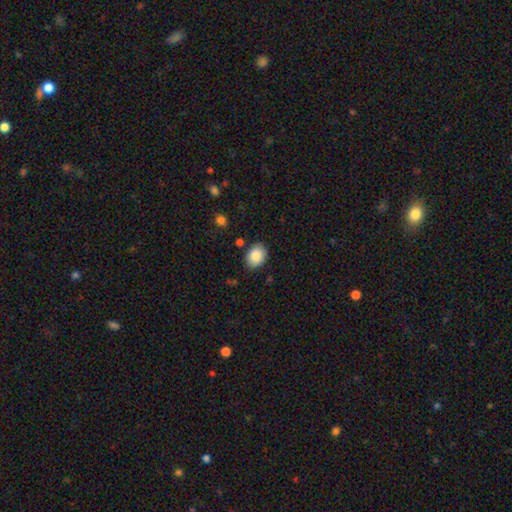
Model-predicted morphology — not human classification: Smooth or featured? Predicted: smooth (p=0.86). How rounded? Predicted: in between (p=0.63). Merging? Predicted: none (p=0.84).